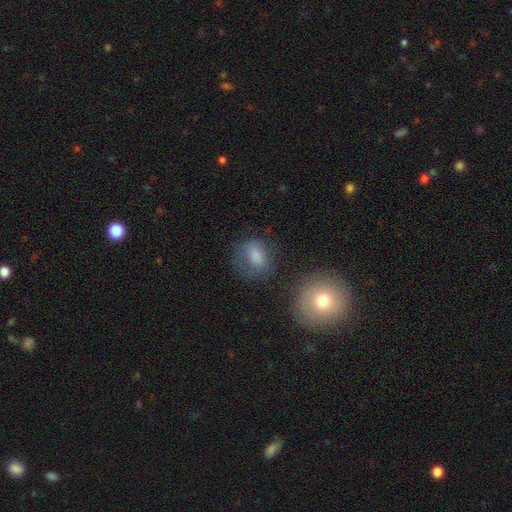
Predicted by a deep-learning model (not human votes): A smooth galaxy with no disk features (75%) that is in between round and cigar-shaped (62%). Merging: none (51%).